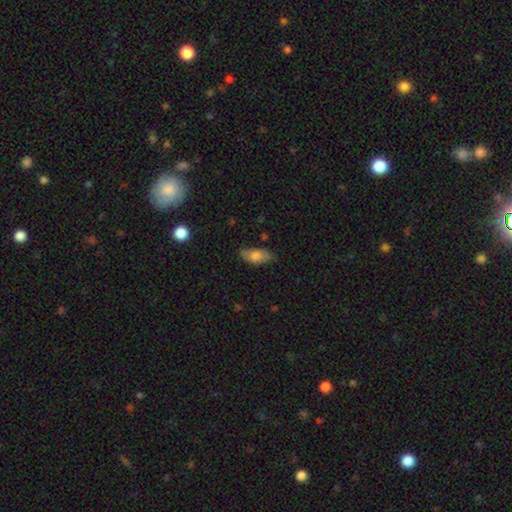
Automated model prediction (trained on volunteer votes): This is likely a smooth galaxy (74%). How rounded: clearly in between (89%). Merging: likely none (75%).